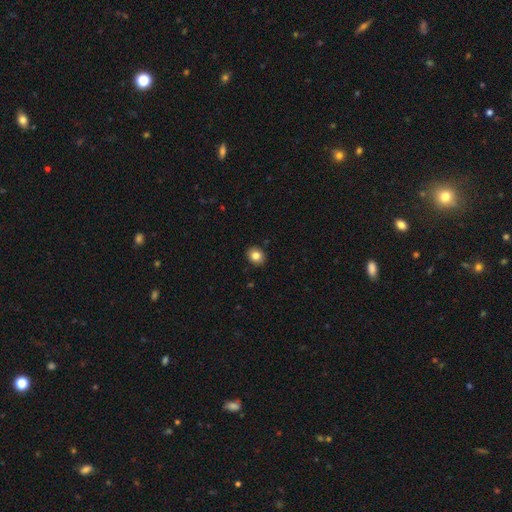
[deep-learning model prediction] A smooth galaxy with no disk features (83%) that is round (60%).

Vote fractions:
- Smooth or featured? smooth: 83% / star or artifact: 10% / featured or disk: 8%
- How rounded? round: 60% / in between: 39% / cigar-shaped: 1%
- Merging? none: 90% / minor disturbance: 7% / major disturbance: 2% / merger: 1%